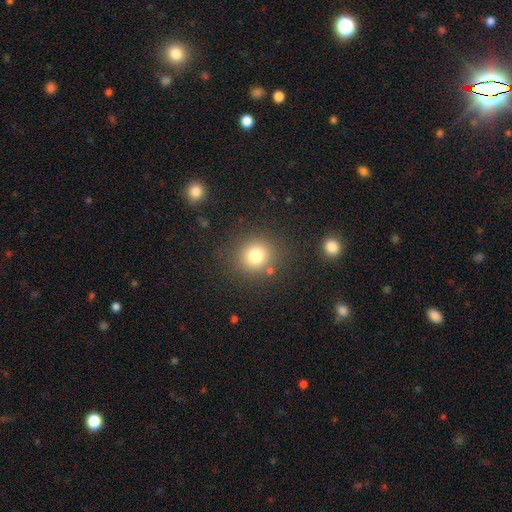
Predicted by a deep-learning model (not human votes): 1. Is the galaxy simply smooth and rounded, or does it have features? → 78% smooth, 13% star or artifact, 8% featured or disk.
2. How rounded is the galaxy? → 88% round, 11% in between, 1% cigar-shaped.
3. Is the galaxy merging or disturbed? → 83% none, 9% minor disturbance, 5% merger, 4% major disturbance.